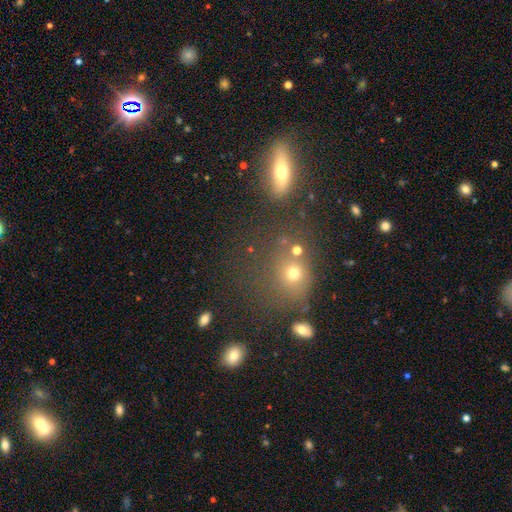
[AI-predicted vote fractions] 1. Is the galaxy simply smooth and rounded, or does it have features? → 48% smooth, 38% star or artifact, 14% featured or disk.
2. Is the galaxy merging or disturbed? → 60% none, 22% merger, 12% minor disturbance, 7% major disturbance.